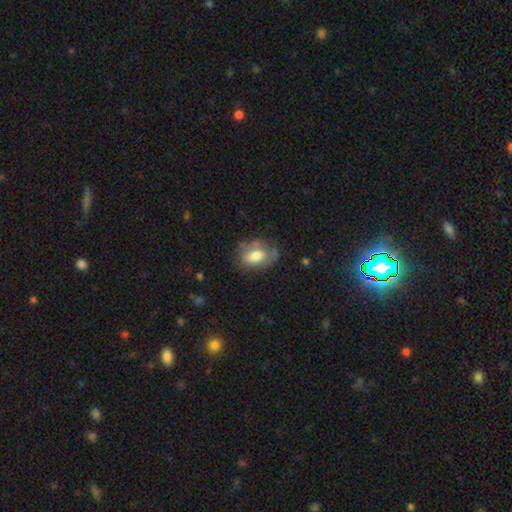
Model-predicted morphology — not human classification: smooth-or-featured: smooth: 62% | featured or disk: 30% | star or artifact: 8%
  how-rounded: in between: 81% | round: 17% | cigar-shaped: 2%
  merging: none: 57% | minor disturbance: 27% | major disturbance: 13% | merger: 3%